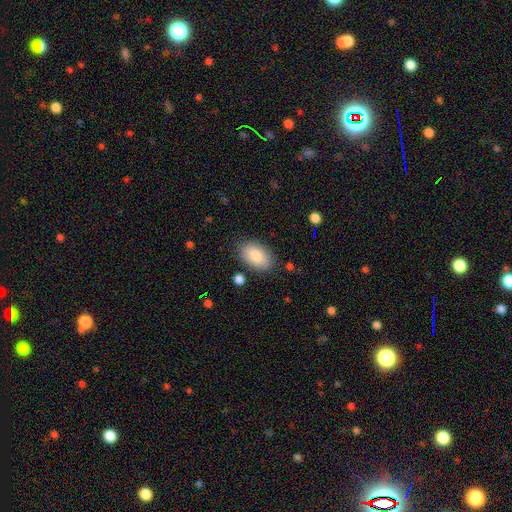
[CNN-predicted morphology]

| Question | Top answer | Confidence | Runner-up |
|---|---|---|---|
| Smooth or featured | smooth | 86% | featured or disk (8%) |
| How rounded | in between | 94% | round (5%) |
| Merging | none | 84% | minor disturbance (11%) |